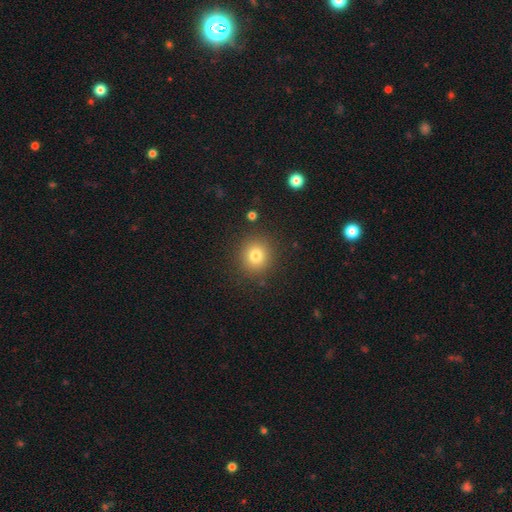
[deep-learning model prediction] Smooth or featured?
  - smooth: 78% *
  - star or artifact: 13%
  - featured or disk: 8%
How rounded?
  - round: 89% *
  - in between: 10%
  - cigar-shaped: 1%
Merging?
  - none: 88% *
  - minor disturbance: 7%
  - major disturbance: 3%
  - merger: 2%